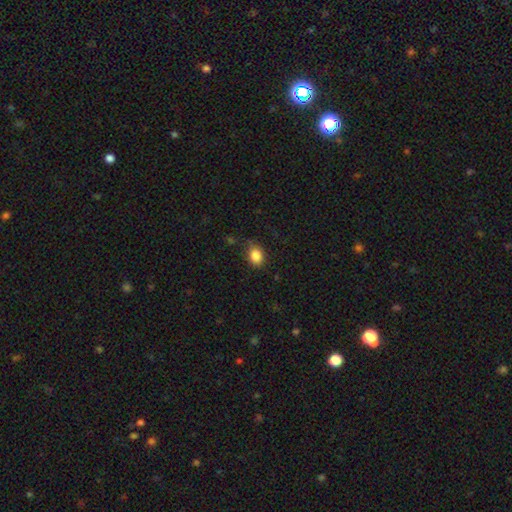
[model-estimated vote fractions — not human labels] A smooth galaxy with no disk features (86%) that is in between round and cigar-shaped (60%). Merging: none (76%).